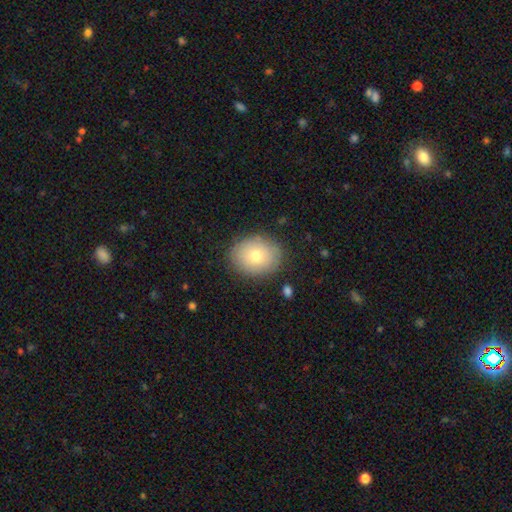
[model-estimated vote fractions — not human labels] smooth_or_featured: smooth (p=0.76) [alt: featured or disk p=0.15]
how_rounded: round (p=0.50) [alt: in between p=0.49]
merging: none (p=0.86) [alt: minor disturbance p=0.10]